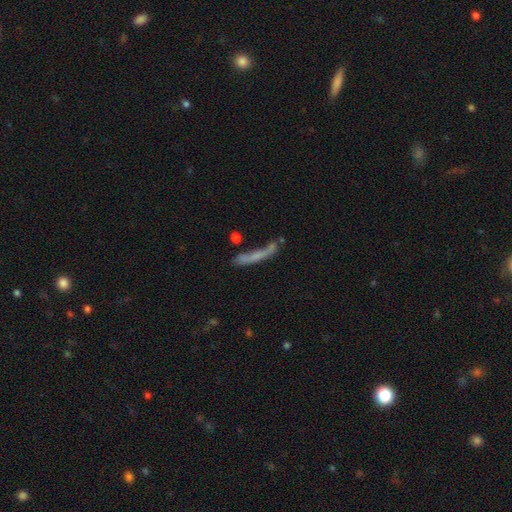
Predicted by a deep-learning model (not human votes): Smooth or featured? Predicted: smooth (p=0.54). How rounded? Predicted: cigar-shaped (p=0.90). Merging? Predicted: none (p=0.48).